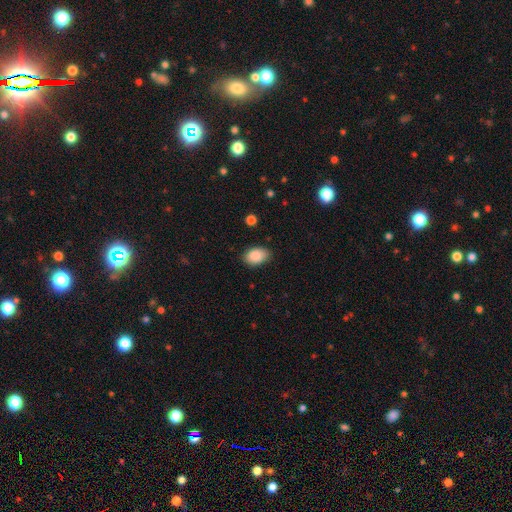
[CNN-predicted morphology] Q: Smooth or featured?
A: smooth (88%); runner-up: star or artifact (7%)
Q: How rounded?
A: in between (87%); runner-up: round (12%)
Q: Merging?
A: none (80%); runner-up: minor disturbance (16%)